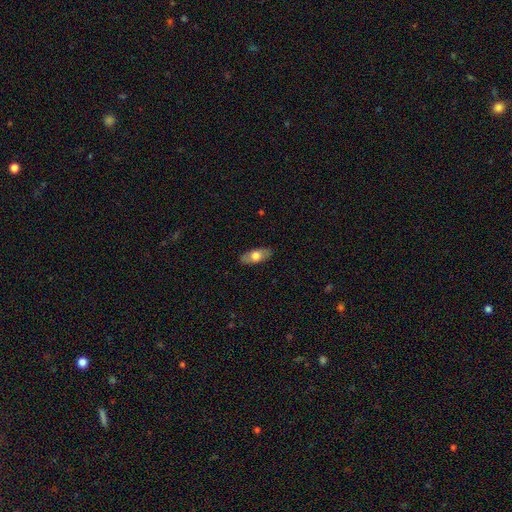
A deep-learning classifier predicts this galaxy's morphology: smooth 63%, featured or disk 31%, star or artifact 6%. Down the decision tree: how rounded — in between (85%); merging — none (85%).